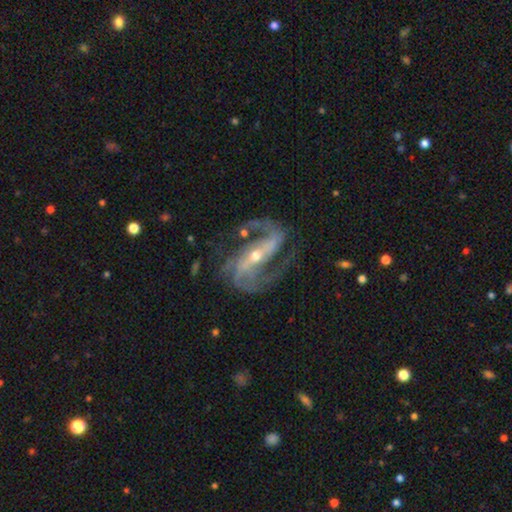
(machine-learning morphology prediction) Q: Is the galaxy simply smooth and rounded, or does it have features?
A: featured or disk — 91%.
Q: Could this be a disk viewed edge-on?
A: no — 96%.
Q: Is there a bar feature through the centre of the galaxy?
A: strong — 59%.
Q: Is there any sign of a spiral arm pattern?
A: yes — 97%.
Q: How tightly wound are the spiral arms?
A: medium — 54%.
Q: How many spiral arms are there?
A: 2 — 84%.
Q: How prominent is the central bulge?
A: small — 52%.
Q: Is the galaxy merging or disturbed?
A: none — 68%.